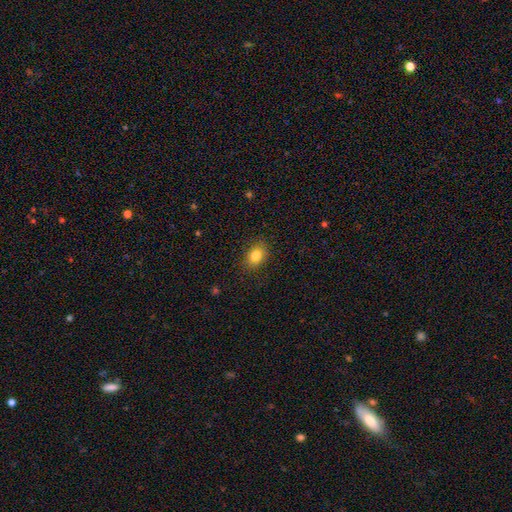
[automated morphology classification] This appears to be a smooth galaxy with no disk features (83%) that is in between round and cigar-shaped (75%). Merging: none (86%).